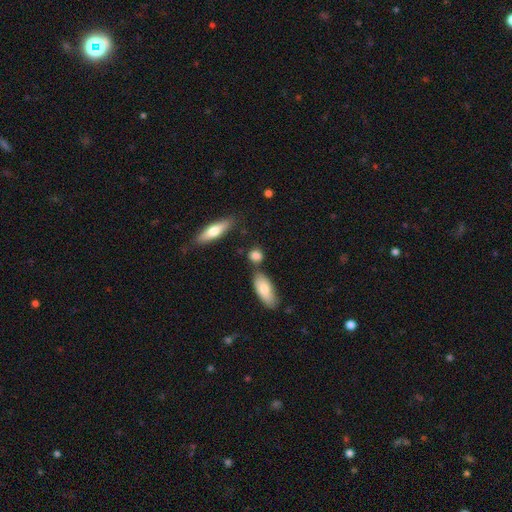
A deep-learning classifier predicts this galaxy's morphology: Overall: smooth (82%). How rounded: round (53%; in between 36%). Merging: none (67%).